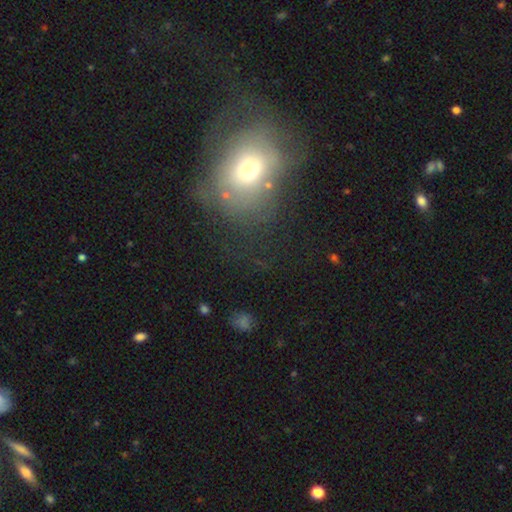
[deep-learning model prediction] Smooth or featured?
  - smooth: 46% *
  - featured or disk: 30%
  - star or artifact: 25%
Merging?
  - none: 51% *
  - major disturbance: 25%
  - minor disturbance: 20%
  - merger: 4%